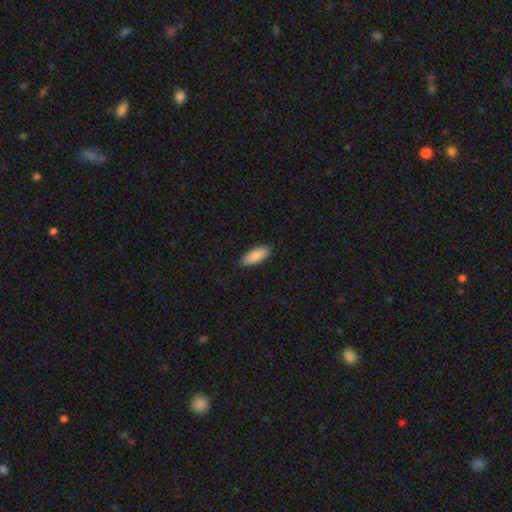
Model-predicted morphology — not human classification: Overall: smooth (88%). How rounded: in between (78%). Merging: none (88%).